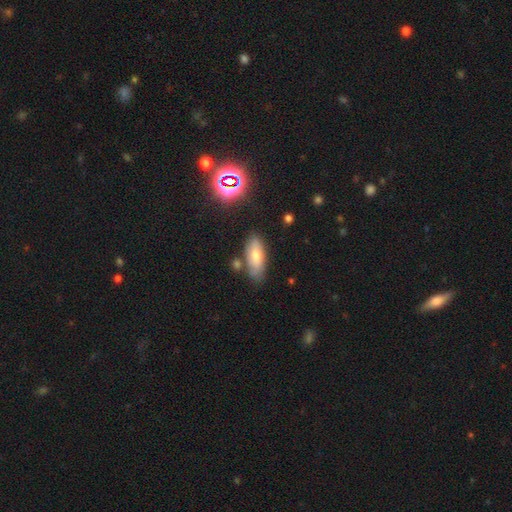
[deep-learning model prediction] smooth_or_featured: smooth (p=0.62) [alt: featured or disk p=0.23]
how_rounded: in between (p=0.75) [alt: cigar-shaped p=0.21]
merging: none (p=0.75) [alt: minor disturbance p=0.15]